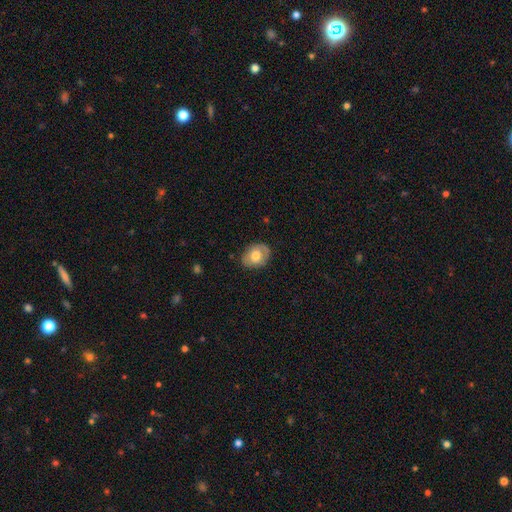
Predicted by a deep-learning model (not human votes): Overall: smooth (63%; featured or disk 29%). How rounded: in between (56%; round 43%). Merging: none (79%).